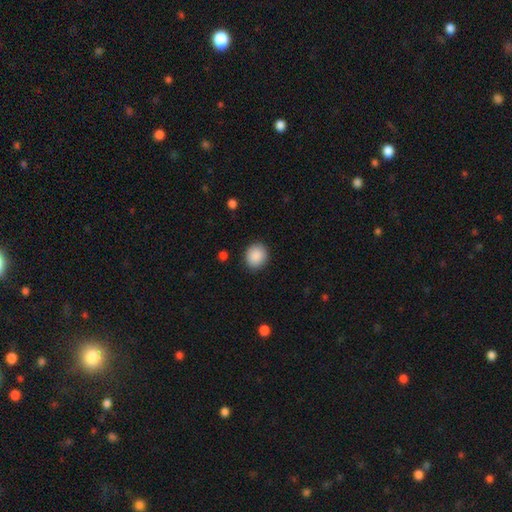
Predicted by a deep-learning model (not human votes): Smooth or featured? Predicted: smooth (p=0.89). How rounded? Predicted: round (p=0.73). Merging? Predicted: none (p=0.89).